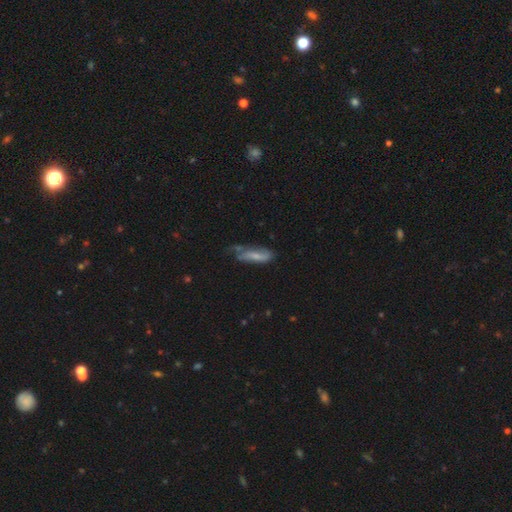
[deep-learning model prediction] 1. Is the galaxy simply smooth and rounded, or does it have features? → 56% smooth, 36% featured or disk, 8% star or artifact.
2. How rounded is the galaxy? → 52% in between, 46% cigar-shaped, 2% round.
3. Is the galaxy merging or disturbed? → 40% none, 35% minor disturbance, 19% major disturbance, 6% merger.